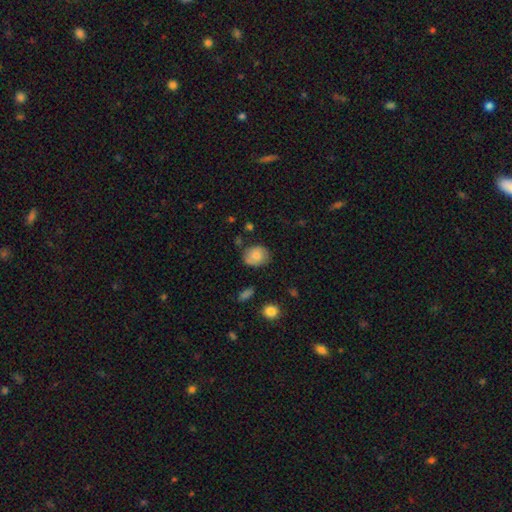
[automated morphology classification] The model was most divided on "how rounded": round: 54%, in between: 45%, cigar-shaped: 1%. More confident: smooth or featured — smooth (72%); merging — none (72%).